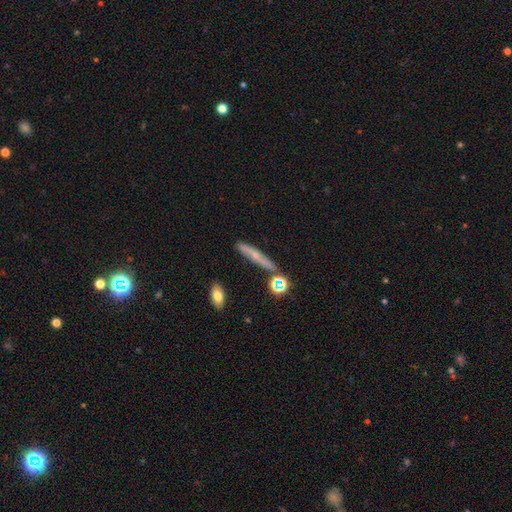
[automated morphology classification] Overall: featured or disk (47%; smooth 39%). Merging: none (75%).